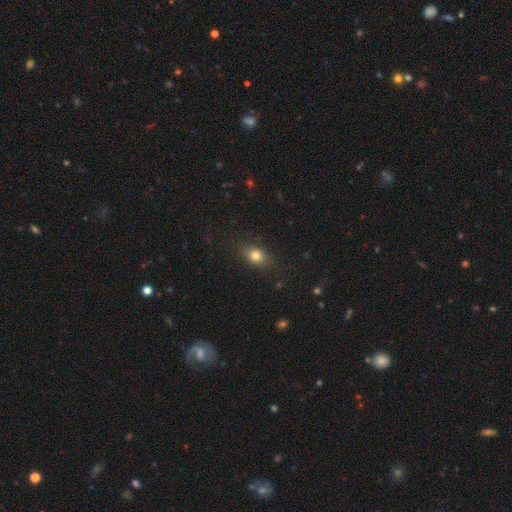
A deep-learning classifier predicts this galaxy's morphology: type=smooth (78%); roundness=in between (65%); merging=none (82%).